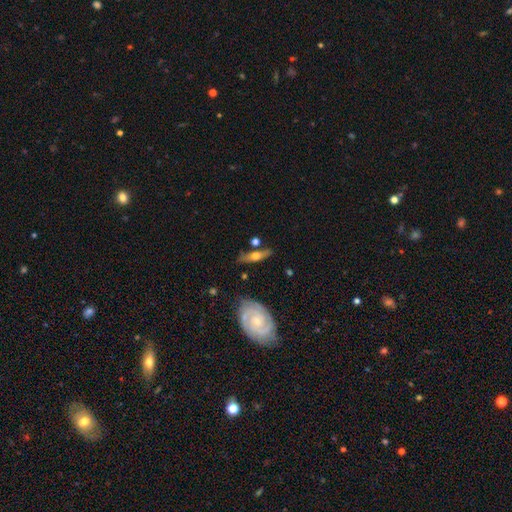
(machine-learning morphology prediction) Smooth or featured?
  - featured or disk: 62% *
  - smooth: 32%
  - star or artifact: 6%
Edge-on disk?
  - yes: 73% *
  - no: 27%
Merging?
  - none: 75% *
  - minor disturbance: 15%
  - merger: 6%
  - major disturbance: 4%